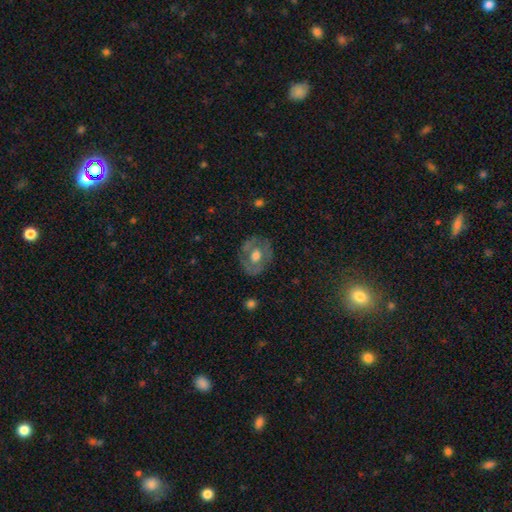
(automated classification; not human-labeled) Q: Smooth or featured?
A: featured or disk (53%); runner-up: smooth (39%)
Q: Edge-on disk?
A: no (95%); runner-up: yes (5%)
Q: Bar?
A: no (75%); runner-up: weak (19%)
Q: Spiral arms?
A: no (72%); runner-up: yes (28%)
Q: Bulge size?
A: moderate (66%); runner-up: large (24%)
Q: Merging?
A: none (76%); runner-up: minor disturbance (16%)